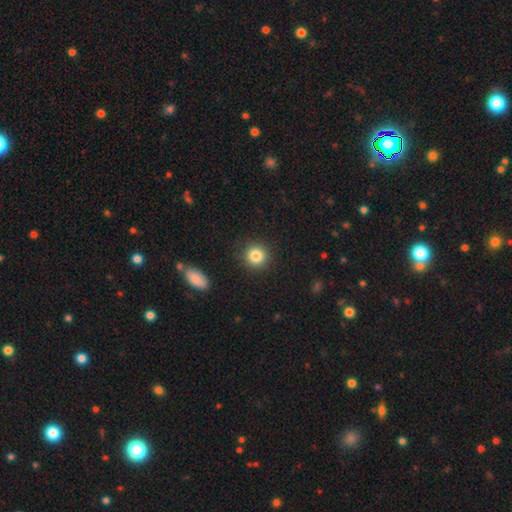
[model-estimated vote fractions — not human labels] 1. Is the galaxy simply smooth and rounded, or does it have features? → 84% smooth, 10% star or artifact, 6% featured or disk.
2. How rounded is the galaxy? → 92% round, 7% in between, 1% cigar-shaped.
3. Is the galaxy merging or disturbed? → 90% none, 6% minor disturbance, 2% major disturbance, 1% merger.